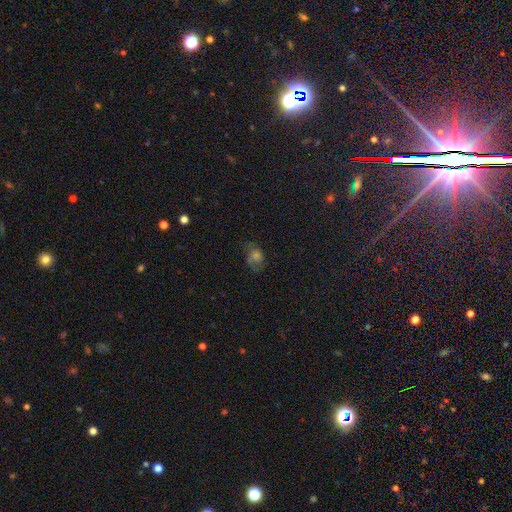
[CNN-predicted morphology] This appears to be a smooth galaxy with no disk features (40%). Merging: none (61%).